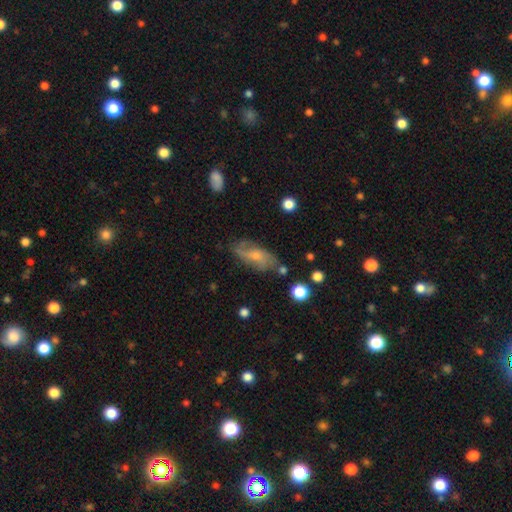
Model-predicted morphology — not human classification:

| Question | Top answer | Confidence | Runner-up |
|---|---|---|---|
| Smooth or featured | featured or disk | 58% | smooth (33%) |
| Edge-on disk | no | 87% | yes (13%) |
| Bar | no | 65% | weak (29%) |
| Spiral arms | yes | 81% | no (19%) |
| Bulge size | small | 54% | moderate (37%) |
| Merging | none | 68% | minor disturbance (21%) |